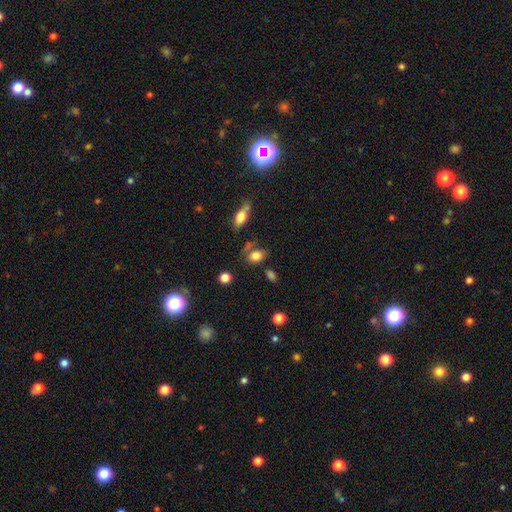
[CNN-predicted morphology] Overall: smooth (80%). How rounded: in between (73%). Merging: none (62%).